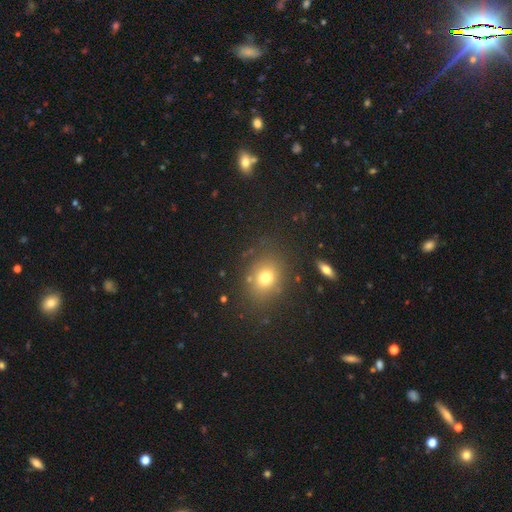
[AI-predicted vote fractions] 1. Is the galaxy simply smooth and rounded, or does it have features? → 58% smooth, 33% star or artifact, 9% featured or disk.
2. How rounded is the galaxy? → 68% round, 31% in between, 1% cigar-shaped.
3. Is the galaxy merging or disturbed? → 88% none, 7% minor disturbance, 3% major disturbance, 2% merger.